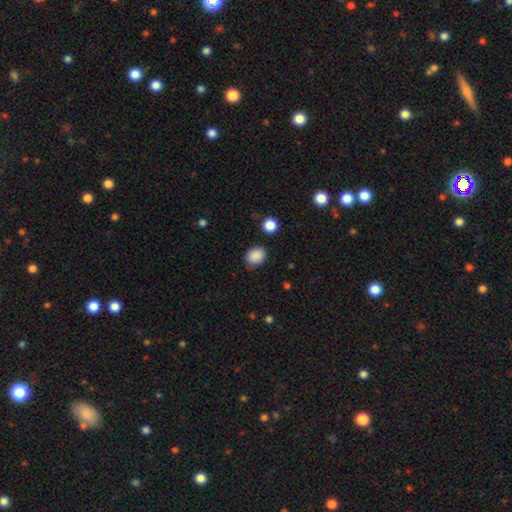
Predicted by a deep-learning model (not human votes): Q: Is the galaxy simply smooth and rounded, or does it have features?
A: smooth — 87%.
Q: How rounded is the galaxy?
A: round — 51%.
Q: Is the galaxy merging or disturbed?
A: none — 74%.